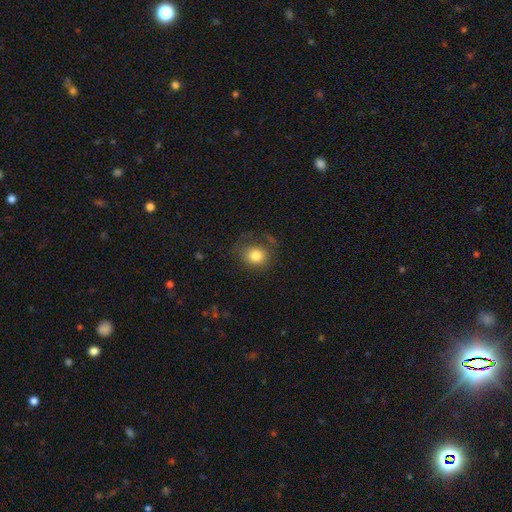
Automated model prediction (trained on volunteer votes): smooth-or-featured: smooth: 81% | star or artifact: 10% | featured or disk: 9%
  how-rounded: round: 80% | in between: 19% | cigar-shaped: 1%
  merging: none: 69% | minor disturbance: 18% | major disturbance: 11% | merger: 2%